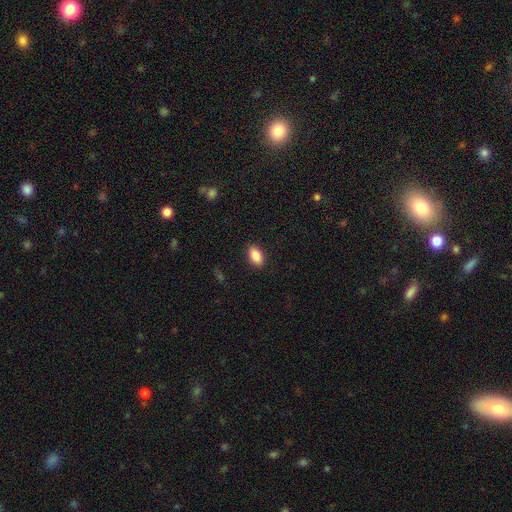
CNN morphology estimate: Smooth or featured?
  - smooth: 86% *
  - star or artifact: 7%
  - featured or disk: 6%
How rounded?
  - in between: 91% *
  - round: 6%
  - cigar-shaped: 3%
Merging?
  - none: 89% *
  - minor disturbance: 8%
  - major disturbance: 2%
  - merger: 1%